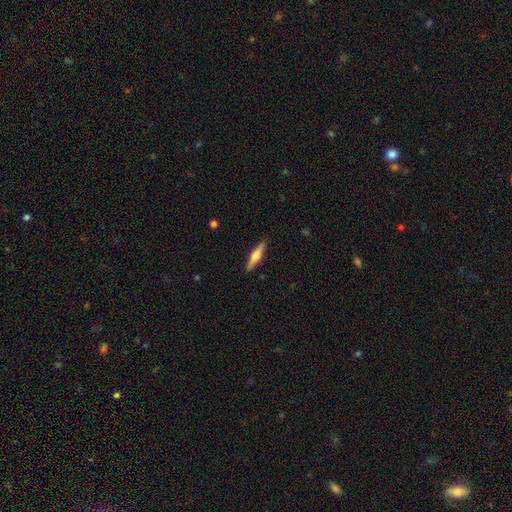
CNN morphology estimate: smooth-or-featured: featured or disk: 55% | smooth: 39% | star or artifact: 6%
  disk-edge-on: yes: 96% | no: 4%
    edge-on-bulge: rounded: 86% | boxy: 10% | none: 4%
  merging: none: 90% | minor disturbance: 7% | major disturbance: 2% | merger: 1%